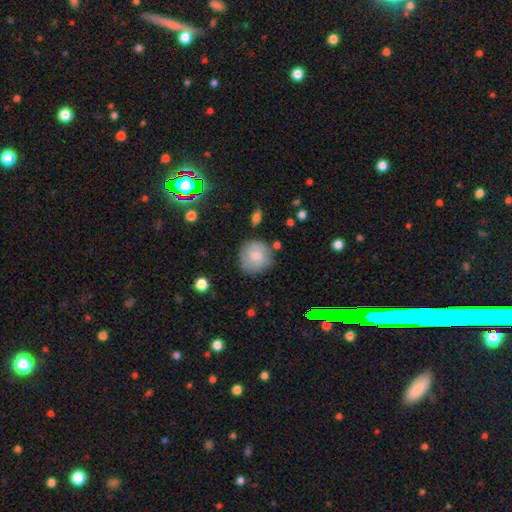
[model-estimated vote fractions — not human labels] Smooth or featured? smooth (68%)
How rounded? round (90%)
Merging? none (74%)